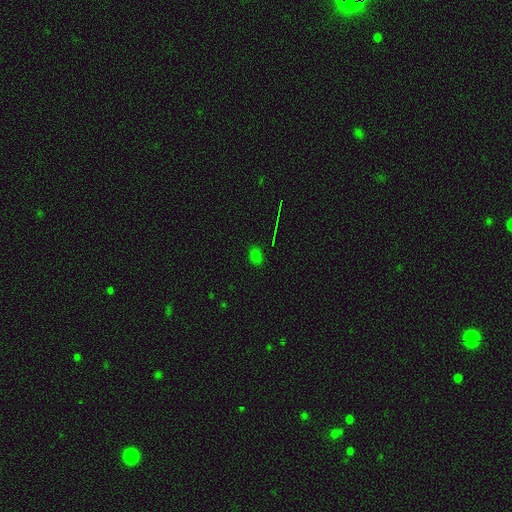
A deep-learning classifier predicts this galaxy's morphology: Smooth or featured?
  - smooth: 68% *
  - star or artifact: 27%
  - featured or disk: 6%
How rounded?
  - in between: 73% *
  - round: 25%
  - cigar-shaped: 3%
Merging?
  - none: 83% *
  - minor disturbance: 12%
  - major disturbance: 3%
  - merger: 2%